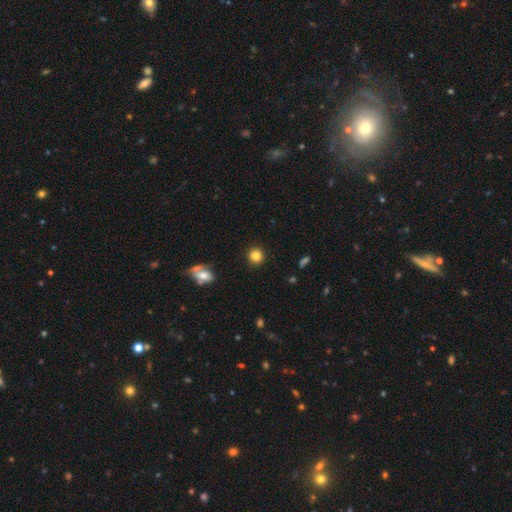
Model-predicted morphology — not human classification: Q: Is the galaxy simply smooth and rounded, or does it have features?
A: smooth — 84%.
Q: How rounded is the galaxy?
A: round — 92%.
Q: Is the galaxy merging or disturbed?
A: none — 91%.